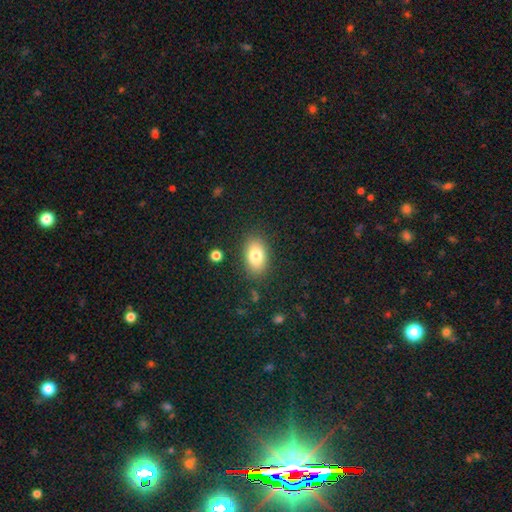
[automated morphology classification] Smooth or featured?
  - smooth: 79% *
  - featured or disk: 12%
  - star or artifact: 9%
How rounded?
  - in between: 88% *
  - round: 11%
  - cigar-shaped: 2%
Merging?
  - none: 85% *
  - minor disturbance: 10%
  - major disturbance: 3%
  - merger: 2%